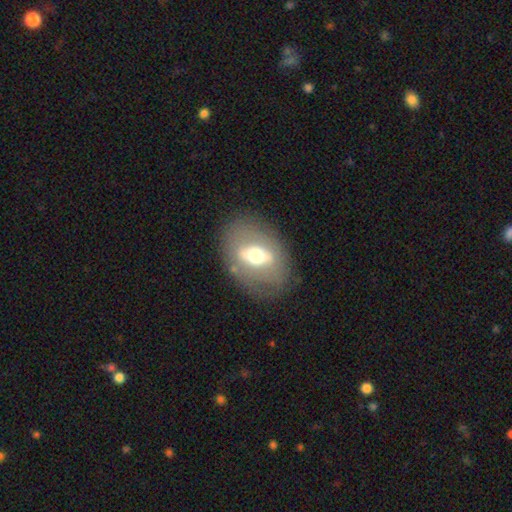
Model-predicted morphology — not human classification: Overall: featured or disk (56%; smooth 36%). Edge-on disk: no (80%). Merging: none (79%).